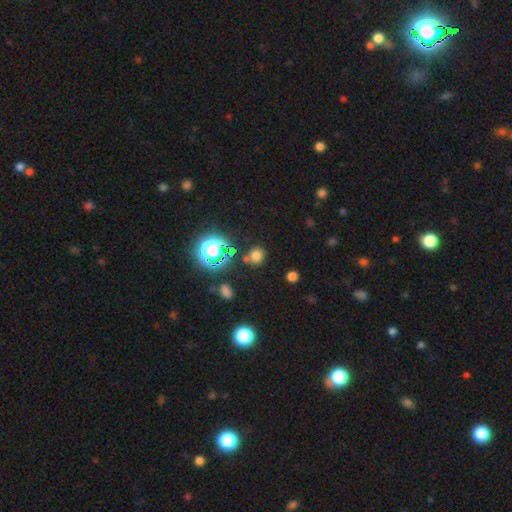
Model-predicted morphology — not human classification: This appears to be a smooth galaxy with no disk features (68%) that is round (84%). Merging: none (75%).